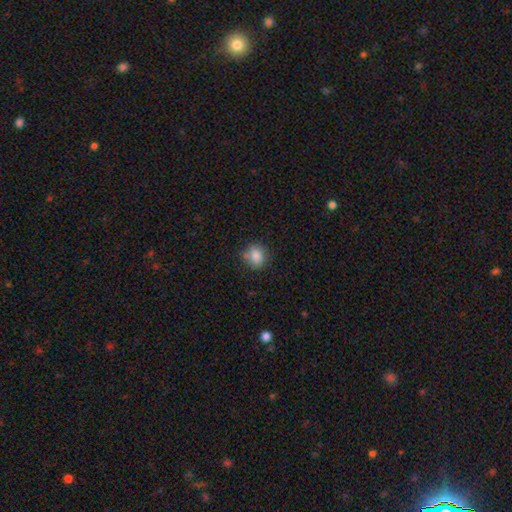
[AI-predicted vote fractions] Smooth or featured?
  - smooth: 84% *
  - star or artifact: 9%
  - featured or disk: 7%
How rounded?
  - round: 80% *
  - in between: 19%
  - cigar-shaped: 1%
Merging?
  - none: 75% *
  - minor disturbance: 17%
  - merger: 4%
  - major disturbance: 4%